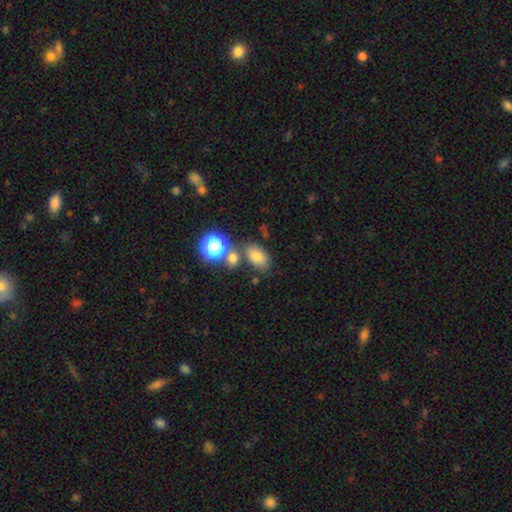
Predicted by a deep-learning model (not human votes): Smooth or featured: smooth — 76% (star or artifact — 15%)
How rounded: in between — 82% (round — 16%)
Merging: none — 67% (merger — 16%)